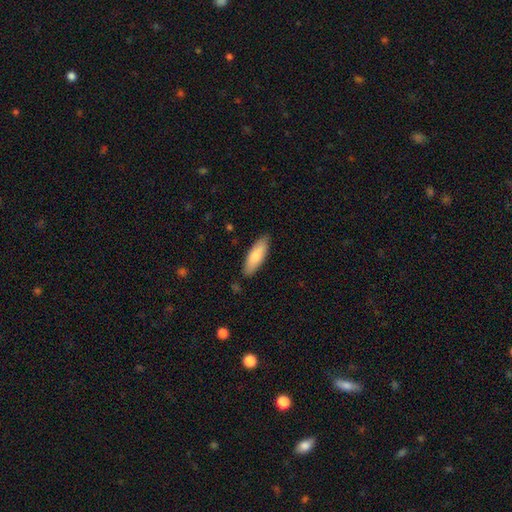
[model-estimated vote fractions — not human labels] This is likely a smooth galaxy (79%). How rounded: possibly in between (59%). Merging: clearly none (85%).